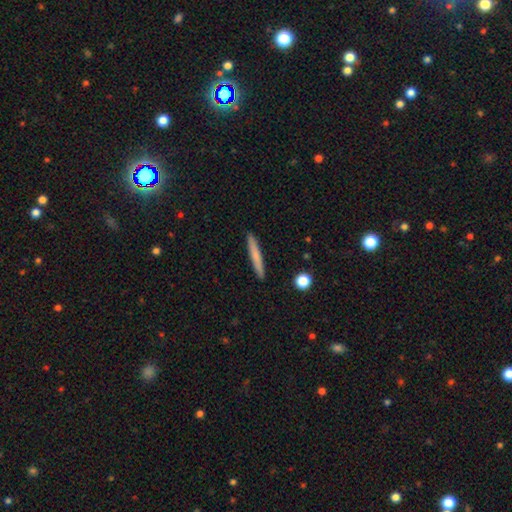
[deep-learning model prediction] smooth_or_featured: smooth (p=0.71) [alt: featured or disk p=0.23]
how_rounded: cigar-shaped (p=0.96) [alt: in between p=0.03]
merging: none (p=0.91) [alt: minor disturbance p=0.06]